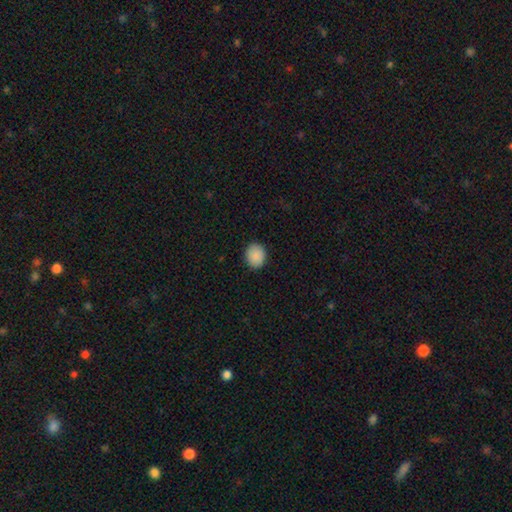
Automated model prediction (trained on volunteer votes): Overall: smooth (90%). How rounded: round (64%; in between 35%). Merging: none (89%).